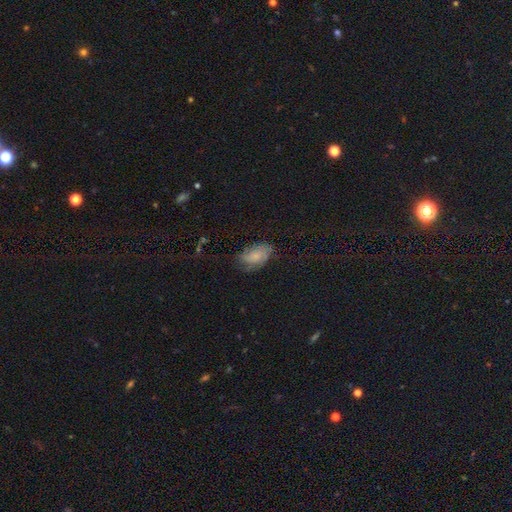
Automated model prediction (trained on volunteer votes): smooth_or_featured: smooth (p=0.52) [alt: featured or disk p=0.37]
how_rounded: in between (p=0.90) [alt: round p=0.08]
merging: none (p=0.60) [alt: minor disturbance p=0.27]